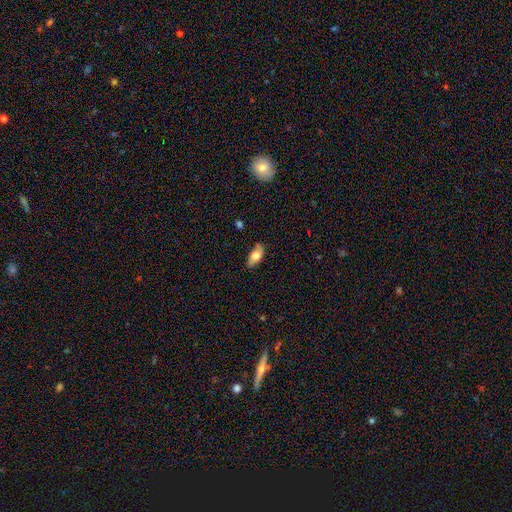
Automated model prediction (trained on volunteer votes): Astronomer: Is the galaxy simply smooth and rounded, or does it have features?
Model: smooth — 78%.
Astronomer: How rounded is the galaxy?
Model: in between — 89%.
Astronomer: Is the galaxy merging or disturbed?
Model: none — 76%.